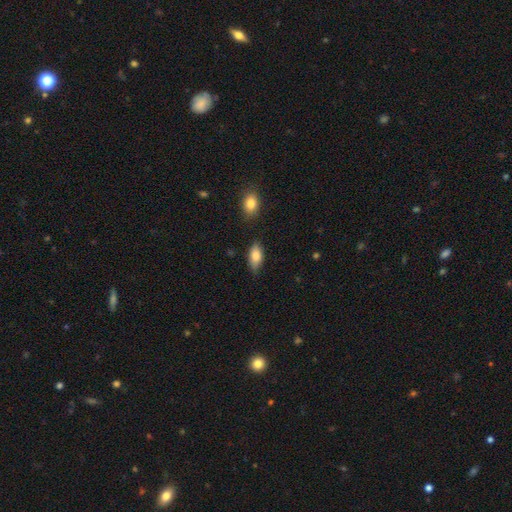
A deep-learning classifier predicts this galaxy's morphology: smooth 82%, featured or disk 11%, star or artifact 7%. Down the decision tree: how rounded — in between (88%); merging — none (77%).